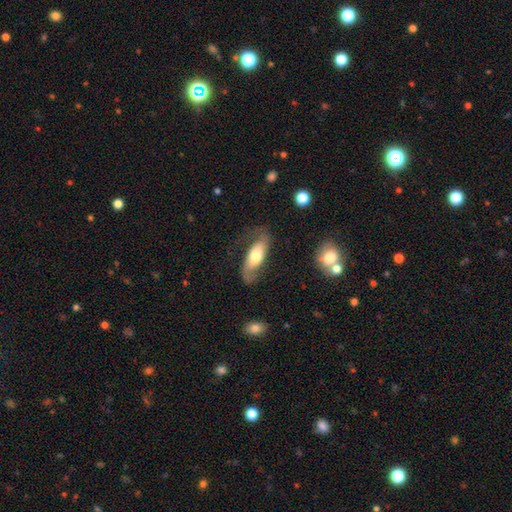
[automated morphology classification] This appears to be a smooth galaxy with no disk features (48%). Merging: none (59%).